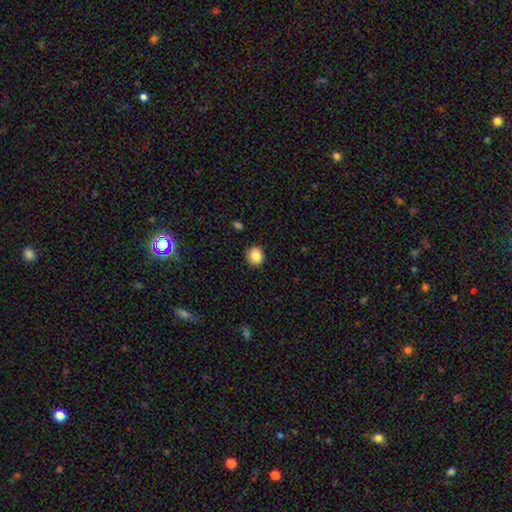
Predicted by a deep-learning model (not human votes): Smooth or featured? smooth (85%)
How rounded? round (78%)
Merging? none (89%)